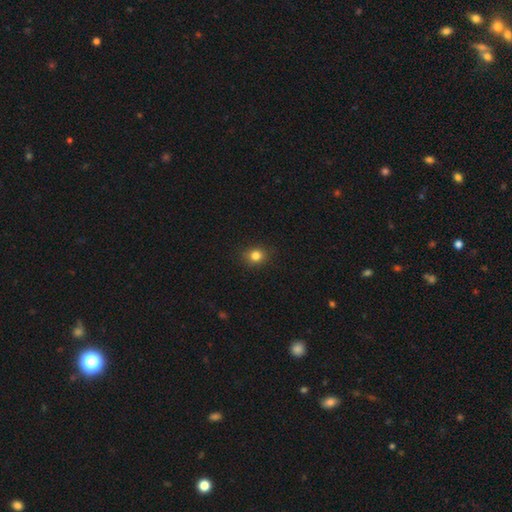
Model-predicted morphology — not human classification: type=smooth (82%); roundness=round (74%); merging=none (89%).